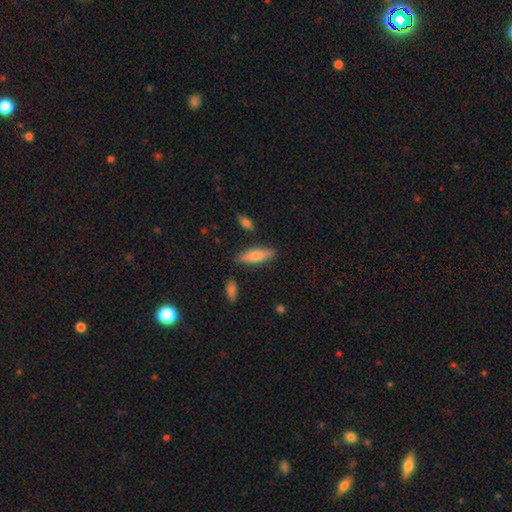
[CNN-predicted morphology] Overall: smooth (72%). How rounded: in between (50%; cigar-shaped 48%). Merging: none (81%).